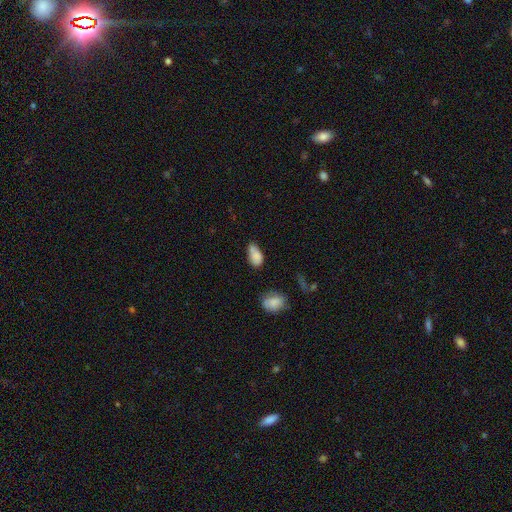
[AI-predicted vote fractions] Smooth or featured: smooth — 79% (featured or disk — 11%)
How rounded: in between — 88% (round — 7%)
Merging: none — 40% (minor disturbance — 34%)